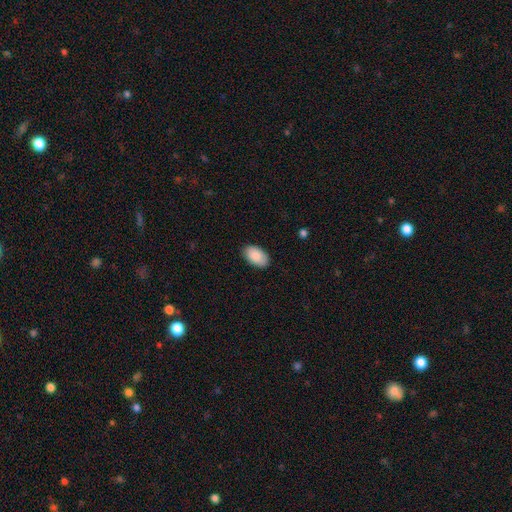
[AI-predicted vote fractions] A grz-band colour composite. It shows a smooth galaxy with no disk features (89%) that is in between round and cigar-shaped (94%). Merging: none (88%).